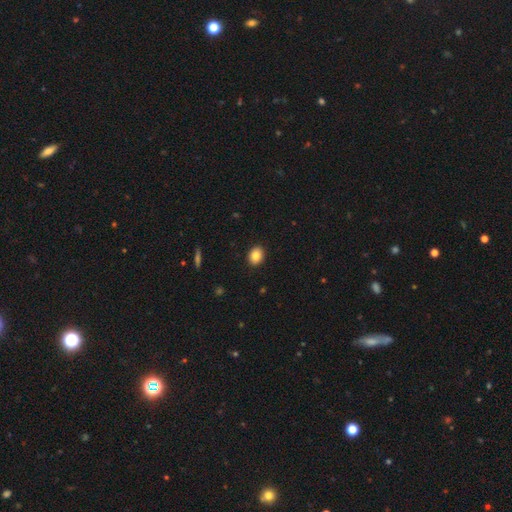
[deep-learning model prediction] This appears to be a smooth galaxy with no disk features (85%) that is in between round and cigar-shaped (56%). Merging: none (91%).